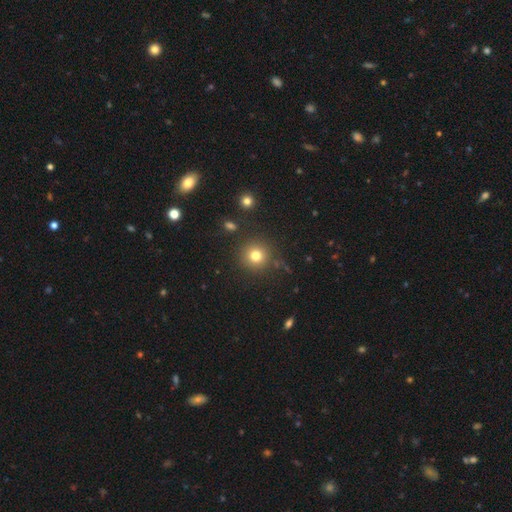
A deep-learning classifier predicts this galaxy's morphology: Overall: smooth (78%). How rounded: round (94%). Merging: none (87%).